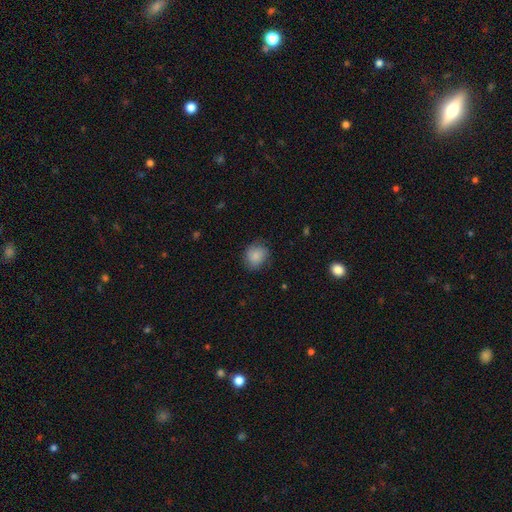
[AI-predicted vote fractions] smooth 83%, featured or disk 9%, star or artifact 8%. Down the decision tree: how rounded — round (68%); merging — none (74%).